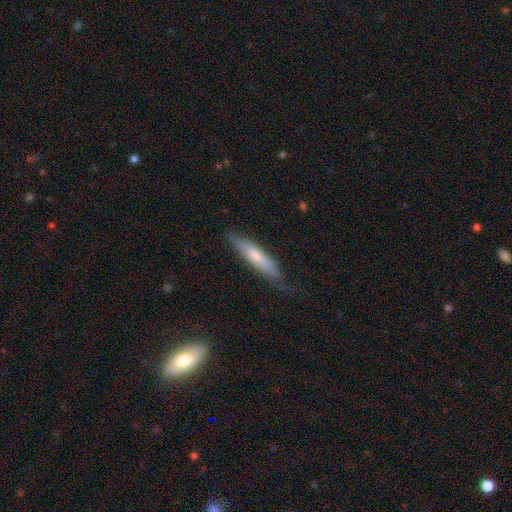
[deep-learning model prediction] Smooth or featured?
  - smooth: 58% *
  - featured or disk: 36%
  - star or artifact: 6%
How rounded?
  - cigar-shaped: 83% *
  - in between: 15%
  - round: 1%
Merging?
  - none: 71% *
  - minor disturbance: 23%
  - major disturbance: 5%
  - merger: 1%